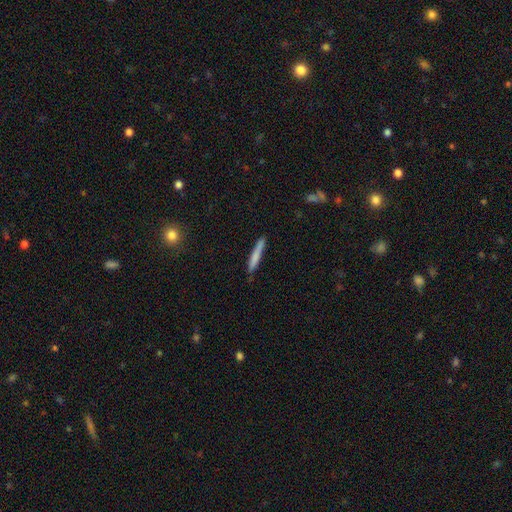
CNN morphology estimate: Smooth or featured?
  - smooth: 73% *
  - featured or disk: 21%
  - star or artifact: 6%
How rounded?
  - cigar-shaped: 96% *
  - in between: 3%
  - round: 1%
Merging?
  - none: 85% *
  - minor disturbance: 11%
  - major disturbance: 2%
  - merger: 2%